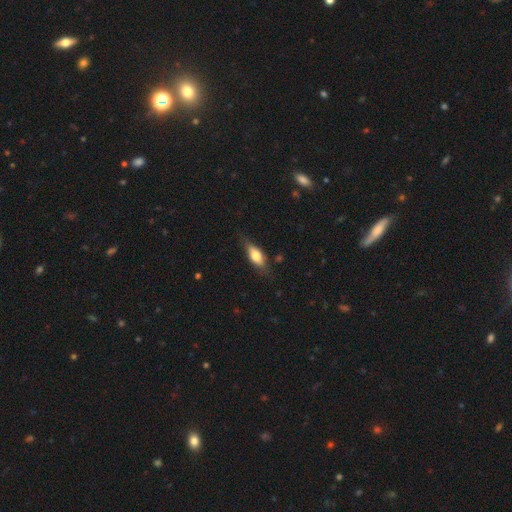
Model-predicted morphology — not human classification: Smooth or featured: smooth — 64% (featured or disk — 29%)
How rounded: in between — 70% (cigar-shaped — 26%)
Merging: none — 71% (minor disturbance — 22%)